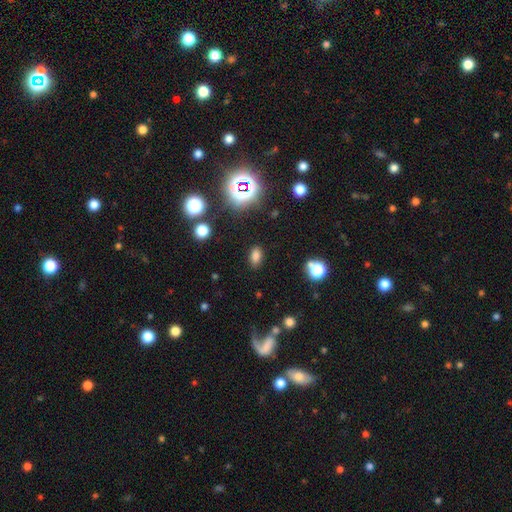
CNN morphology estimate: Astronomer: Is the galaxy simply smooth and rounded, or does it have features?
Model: smooth — 74%.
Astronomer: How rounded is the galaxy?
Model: in between — 86%.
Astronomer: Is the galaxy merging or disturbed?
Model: none — 85%.